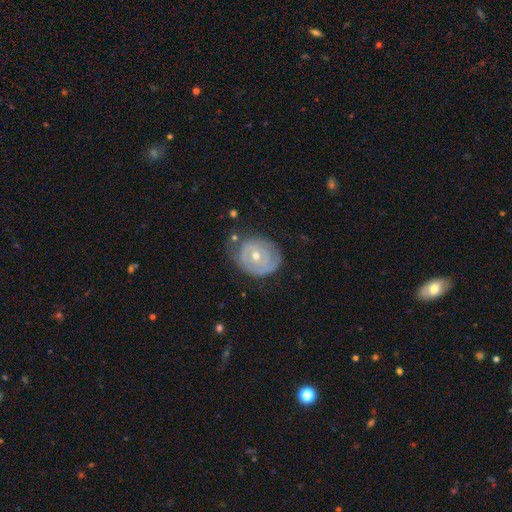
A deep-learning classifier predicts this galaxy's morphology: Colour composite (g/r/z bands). It shows a featured or disk galaxy (69%) with no bar (71%), spiral arms (63%) and a moderate central bulge (51%). Merging: none (62%).